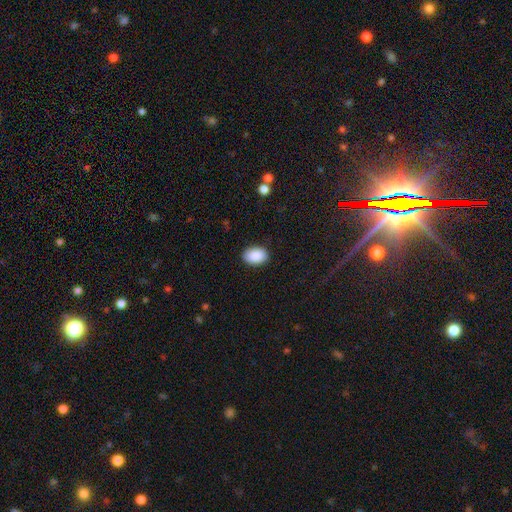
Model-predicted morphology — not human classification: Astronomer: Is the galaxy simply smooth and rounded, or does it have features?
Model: smooth — 90%.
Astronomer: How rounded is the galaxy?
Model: in between — 85%.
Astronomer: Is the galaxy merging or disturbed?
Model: none — 89%.